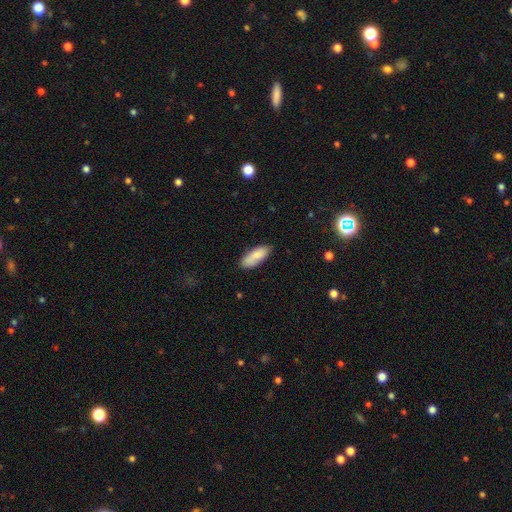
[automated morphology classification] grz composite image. It shows a smooth galaxy with no disk features (82%) that is in between round and cigar-shaped (75%). Merging: none (76%).